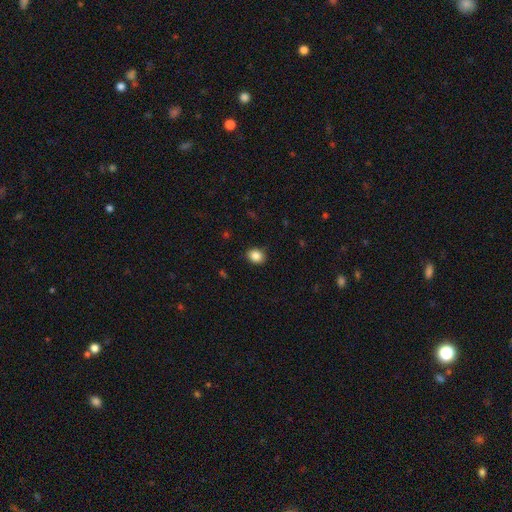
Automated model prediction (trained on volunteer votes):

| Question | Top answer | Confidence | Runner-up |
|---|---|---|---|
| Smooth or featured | smooth | 87% | star or artifact (9%) |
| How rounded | round | 50% | in between (49%) |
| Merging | none | 89% | minor disturbance (8%) |